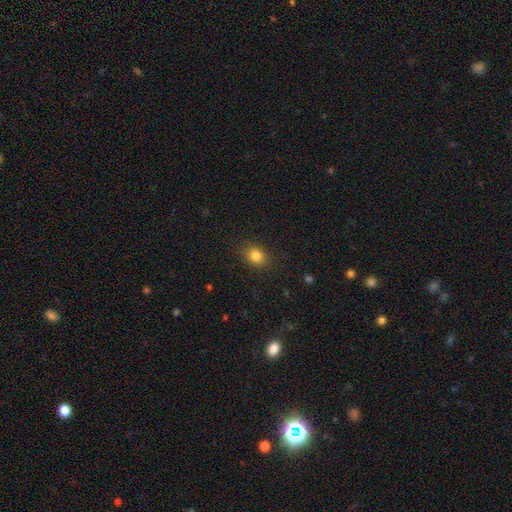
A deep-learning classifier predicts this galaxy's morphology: The model was most divided on "how rounded": in between: 56%, round: 43%, cigar-shaped: 1%. More confident: merging — none (87%); smooth or featured — smooth (83%).